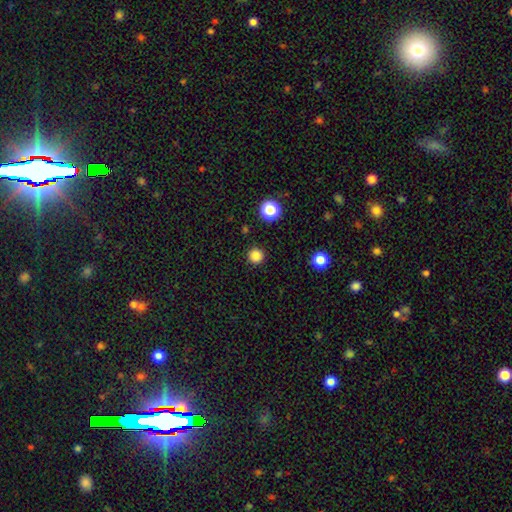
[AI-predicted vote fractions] Smooth or featured?
  - smooth: 83% *
  - star or artifact: 14%
  - featured or disk: 3%
How rounded?
  - round: 96% *
  - in between: 3%
  - cigar-shaped: 1%
Merging?
  - none: 92% *
  - minor disturbance: 5%
  - major disturbance: 2%
  - merger: 1%